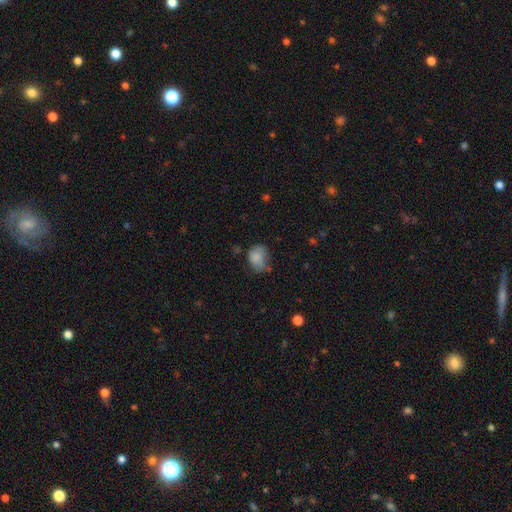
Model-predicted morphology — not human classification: Q: Smooth or featured?
A: smooth (76%); runner-up: featured or disk (14%)
Q: How rounded?
A: in between (58%); runner-up: round (41%)
Q: Merging?
A: none (43%); runner-up: minor disturbance (36%)